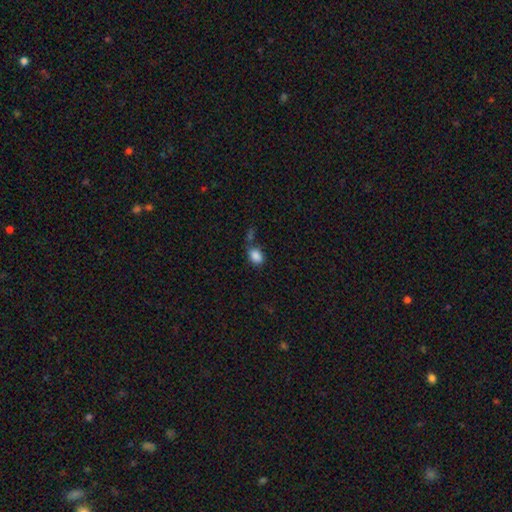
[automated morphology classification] A smooth galaxy with no disk features (87%) that is in between round and cigar-shaped (71%). Merging: none (55%).